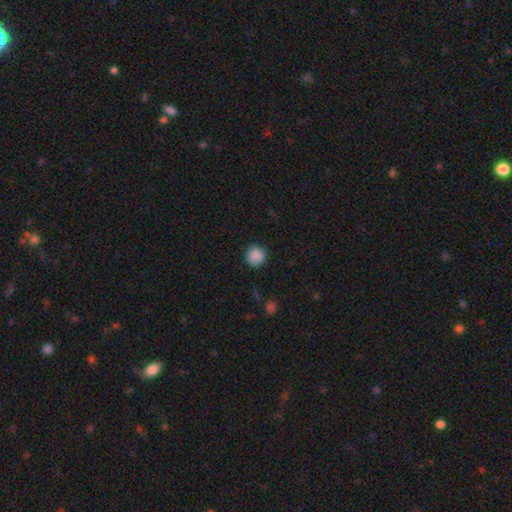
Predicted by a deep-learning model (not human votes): Morphology: type=smooth (88%); roundness=round (92%); merging=none (88%).